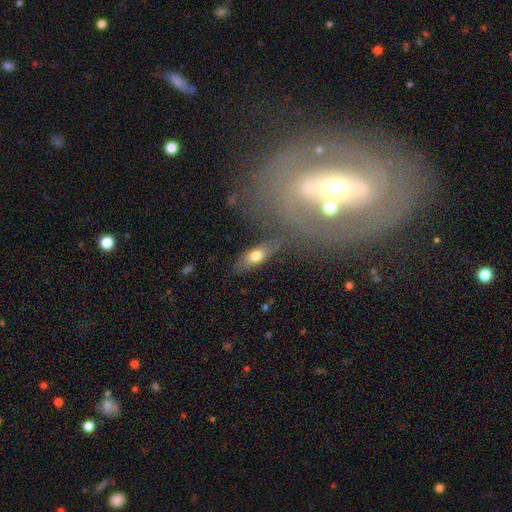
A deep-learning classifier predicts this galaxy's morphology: Smooth or featured? Predicted: smooth (p=0.68). How rounded? Predicted: in between (p=0.71). Merging? Predicted: none (p=0.67).